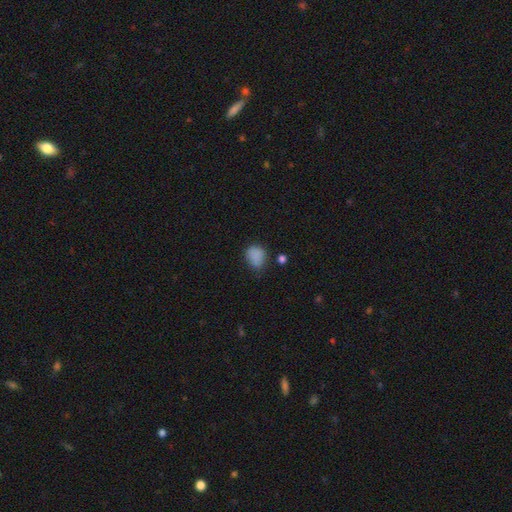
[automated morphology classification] smooth_or_featured: smooth (p=0.83) [alt: star or artifact p=0.11]
how_rounded: round (p=0.51) [alt: in between p=0.48]
merging: none (p=0.59) [alt: minor disturbance p=0.29]